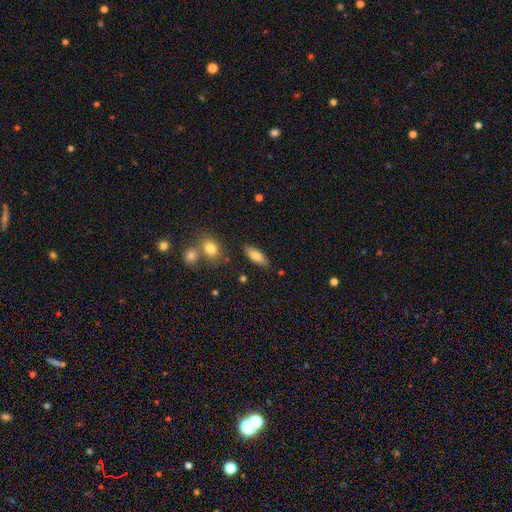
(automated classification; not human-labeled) smooth 78%, featured or disk 15%, star or artifact 7%. Down the decision tree: how rounded — in between (74%); merging — none (81%).